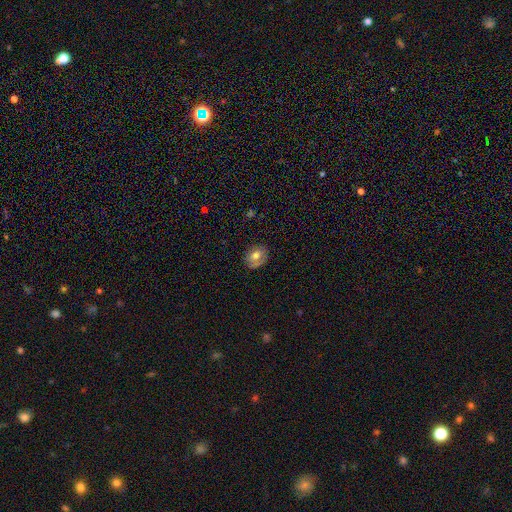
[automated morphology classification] type=smooth (68%); roundness=round (53%); merging=none (78%).